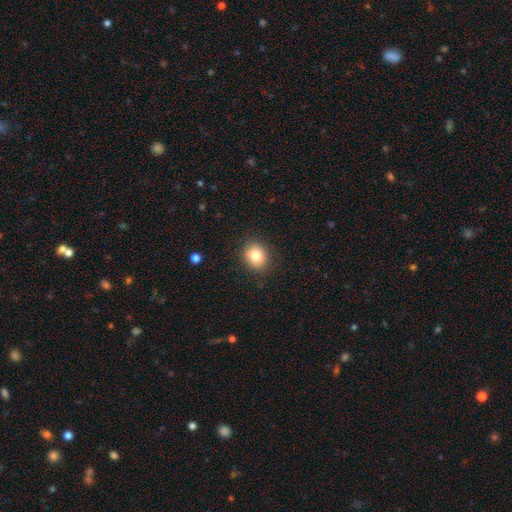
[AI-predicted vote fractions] Smooth or featured: smooth — 82% (star or artifact — 10%)
How rounded: round — 64% (in between — 35%)
Merging: none — 87% (minor disturbance — 9%)